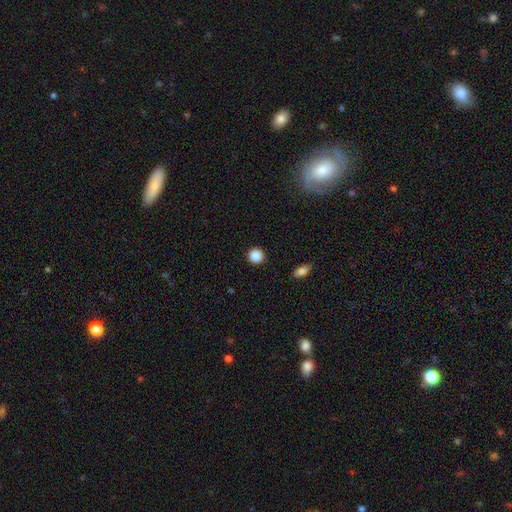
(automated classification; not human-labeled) smooth_or_featured: smooth (p=0.87) [alt: star or artifact p=0.10]
how_rounded: round (p=0.95) [alt: in between p=0.04]
merging: none (p=0.92) [alt: minor disturbance p=0.05]